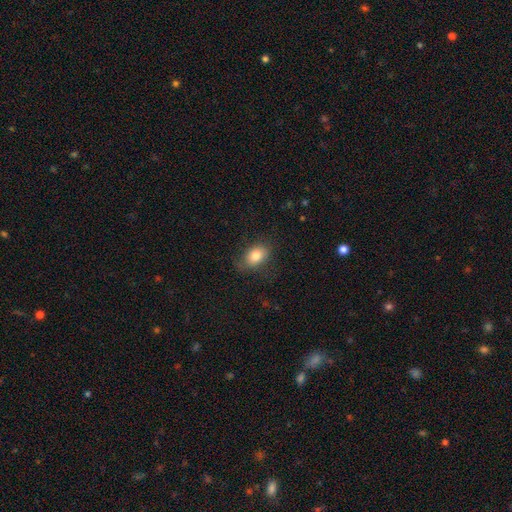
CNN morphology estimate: This appears to be a smooth galaxy with no disk features (80%) that is in between round and cigar-shaped (78%). Merging: none (73%).